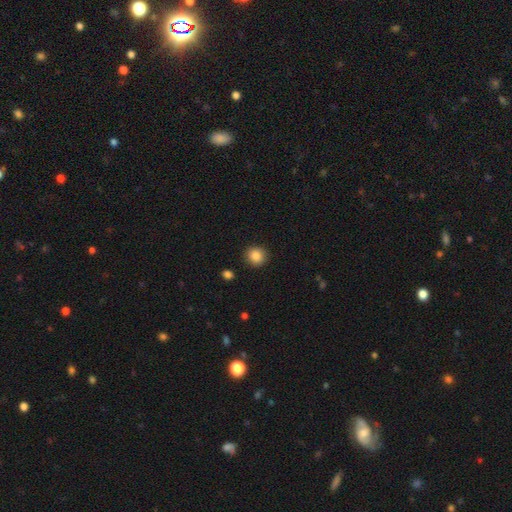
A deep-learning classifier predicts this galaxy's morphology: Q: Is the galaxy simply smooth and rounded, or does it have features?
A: smooth — 87%.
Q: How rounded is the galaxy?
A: round — 87%.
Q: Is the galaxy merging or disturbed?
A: none — 90%.